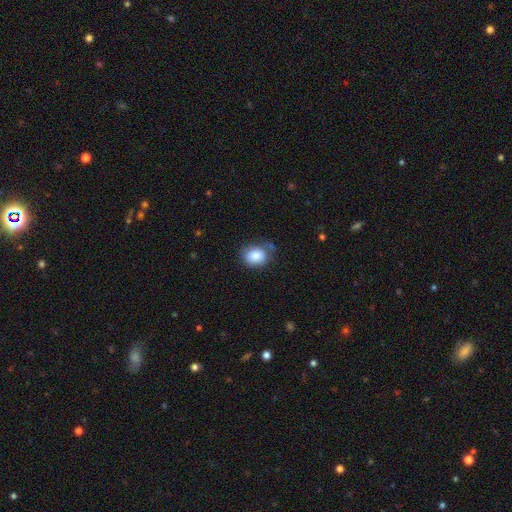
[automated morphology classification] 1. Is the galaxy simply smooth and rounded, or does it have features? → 85% smooth, 8% star or artifact, 7% featured or disk.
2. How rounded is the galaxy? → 52% in between, 47% round, 1% cigar-shaped.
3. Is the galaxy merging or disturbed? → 63% none, 25% minor disturbance, 8% major disturbance, 4% merger.